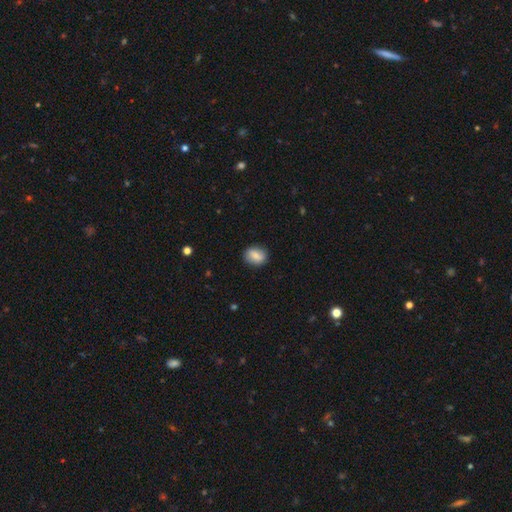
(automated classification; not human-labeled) Smooth or featured? smooth (76%)
How rounded? in between (62%)
Merging? none (84%)